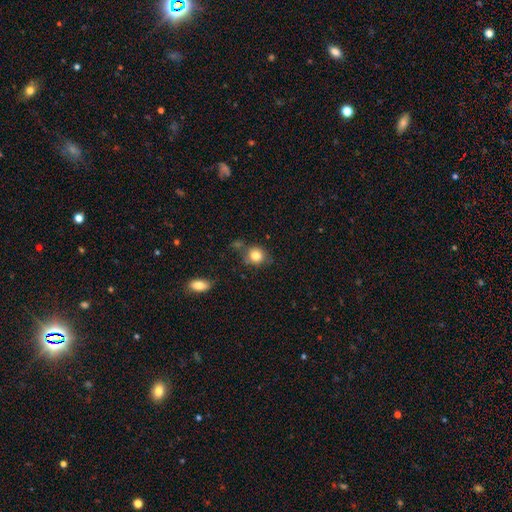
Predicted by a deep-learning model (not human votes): smooth 82%, star or artifact 10%, featured or disk 8%. Down the decision tree: how rounded — round (80%); merging — none (69%).